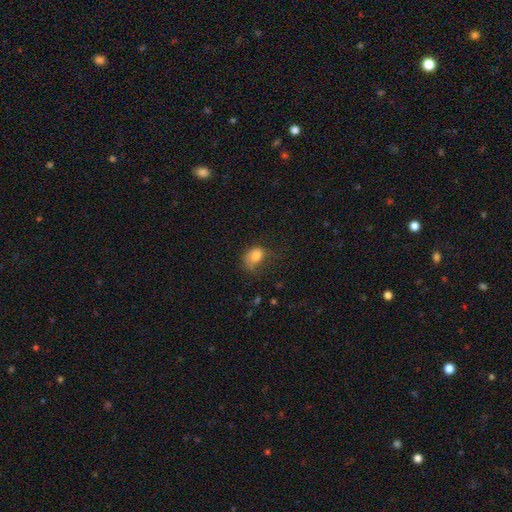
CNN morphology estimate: Smooth or featured?
  - smooth: 78% *
  - featured or disk: 12%
  - star or artifact: 9%
How rounded?
  - in between: 69% *
  - round: 30%
  - cigar-shaped: 1%
Merging?
  - none: 33% * (tied)
  - major disturbance: 33% * (tied)
  - minor disturbance: 32%
  - merger: 3%